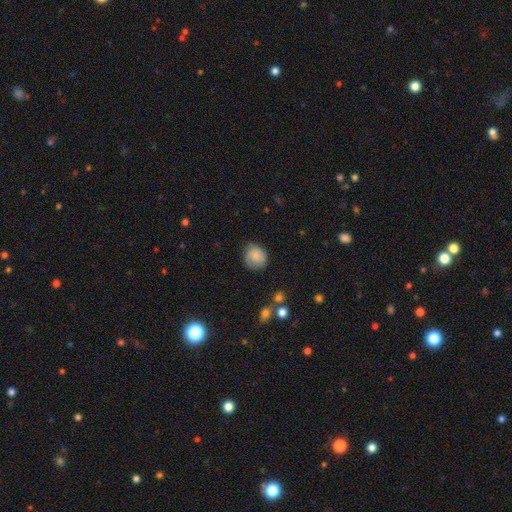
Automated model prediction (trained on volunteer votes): Morphology: type=smooth (78%); roundness=round (77%); merging=none (71%).